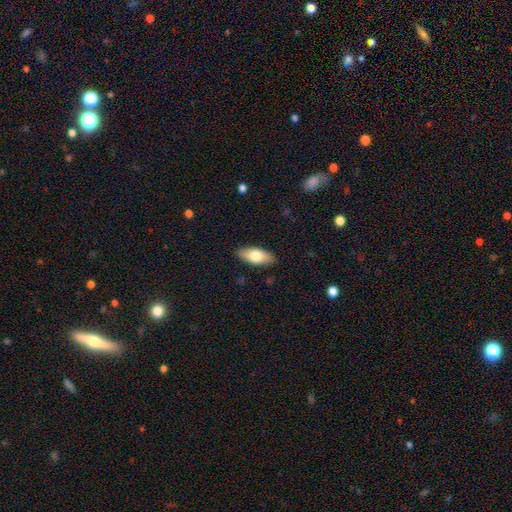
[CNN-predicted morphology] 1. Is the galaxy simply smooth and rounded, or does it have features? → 73% smooth, 21% featured or disk, 6% star or artifact.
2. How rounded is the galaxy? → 84% in between, 13% cigar-shaped, 3% round.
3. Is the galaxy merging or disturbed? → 88% none, 9% minor disturbance, 2% major disturbance, 1% merger.